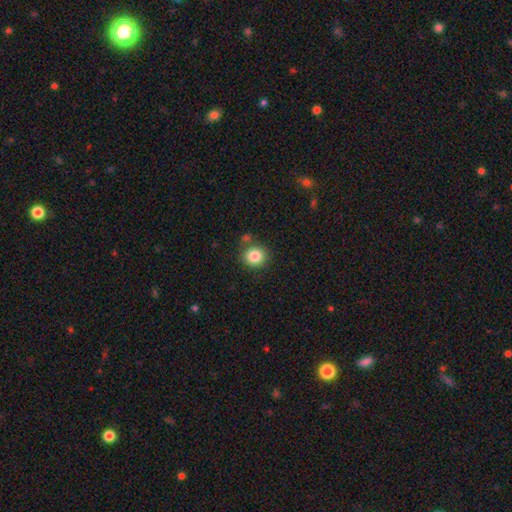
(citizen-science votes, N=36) Smooth or featured? 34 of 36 (94%) said smooth. How rounded? 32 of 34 (94%) said round. Merging? 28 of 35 (80%) said none.